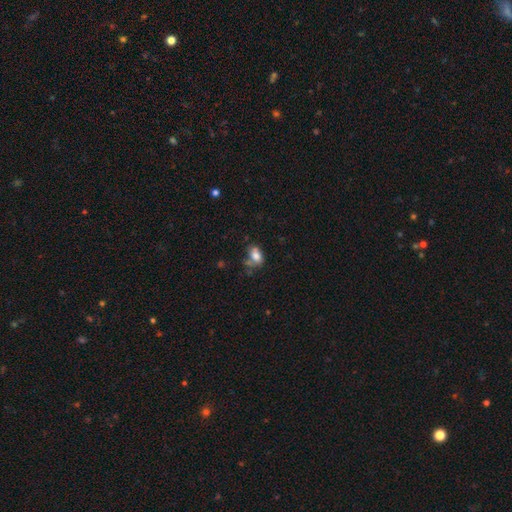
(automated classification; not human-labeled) Smooth or featured? smooth (77%)
How rounded? in between (85%)
Merging? none (42%)